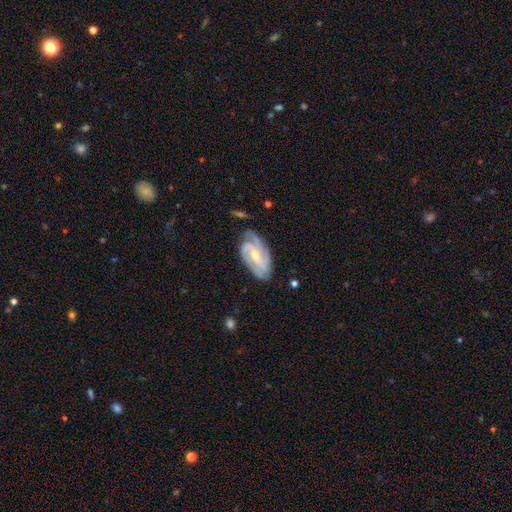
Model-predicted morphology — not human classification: The model was most divided on "spiral arm count": 3: 35%, 2: 32%, can't tell: 16%, 4: 8%, 1: 5%, more than 4: 4%. Remaining: spiral arms — yes (97%); edge-on disk — no (97%); smooth or featured — featured or disk (86%); merging — none (70%); bulge size — small (55%); spiral winding — tight (51%); bar — weak (43%).